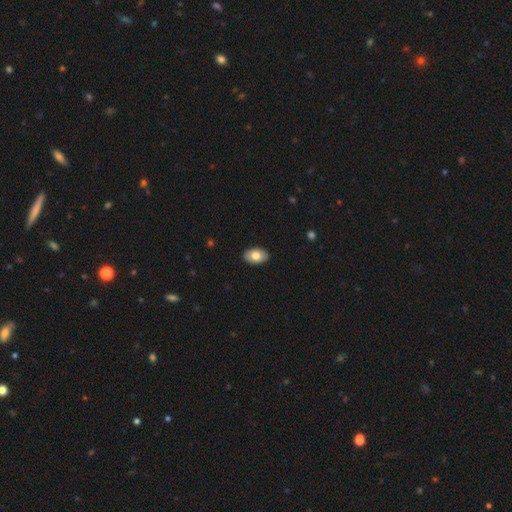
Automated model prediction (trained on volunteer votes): The model was most divided on "smooth or featured": smooth: 74%, featured or disk: 20%, star or artifact: 6%. More confident: how rounded — in between (90%); merging — none (89%).